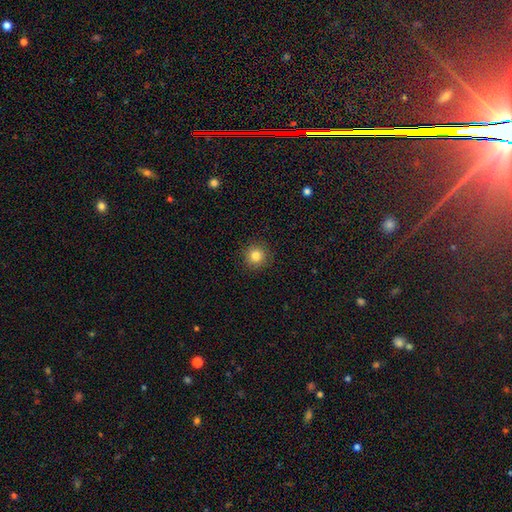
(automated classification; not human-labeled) Smooth or featured? Predicted: smooth (p=0.83). How rounded? Predicted: round (p=0.95). Merging? Predicted: none (p=0.92).